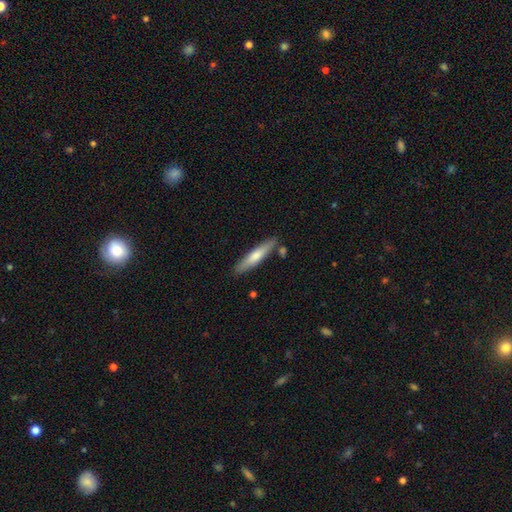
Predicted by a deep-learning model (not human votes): Smooth or featured? Predicted: smooth (p=0.62). How rounded? Predicted: cigar-shaped (p=0.88). Merging? Predicted: none (p=0.83).